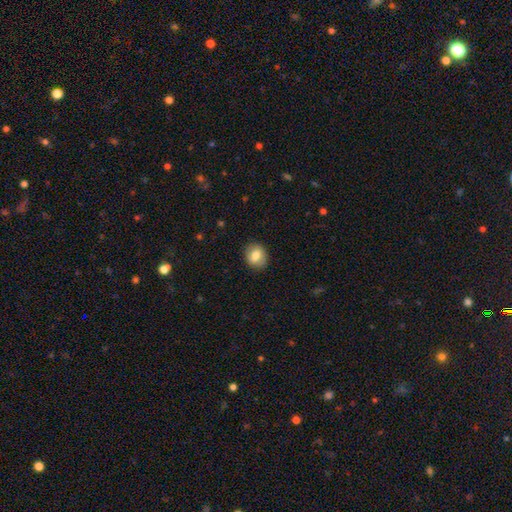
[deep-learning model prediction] smooth-or-featured: smooth: 79% | featured or disk: 13% | star or artifact: 9%
  how-rounded: round: 68% | in between: 31% | cigar-shaped: 1%
  merging: none: 87% | minor disturbance: 9% | major disturbance: 2% | merger: 1%